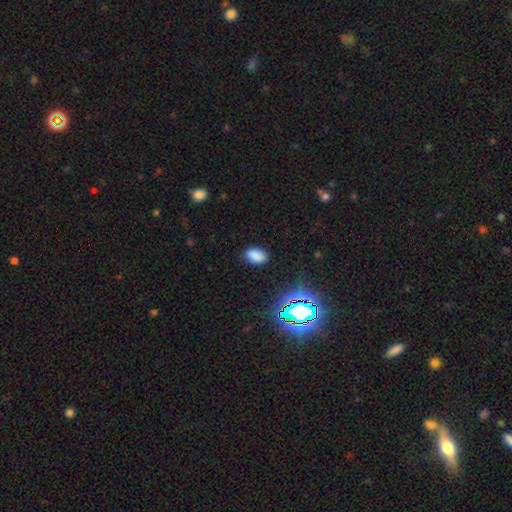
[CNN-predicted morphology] A smooth galaxy with no disk features (78%) that is in between round and cigar-shaped (89%).

Vote fractions:
- Smooth or featured? smooth: 78% / star or artifact: 17% / featured or disk: 5%
- How rounded? in between: 89% / round: 10% / cigar-shaped: 1%
- Merging? none: 83% / minor disturbance: 13% / major disturbance: 3% / merger: 1%